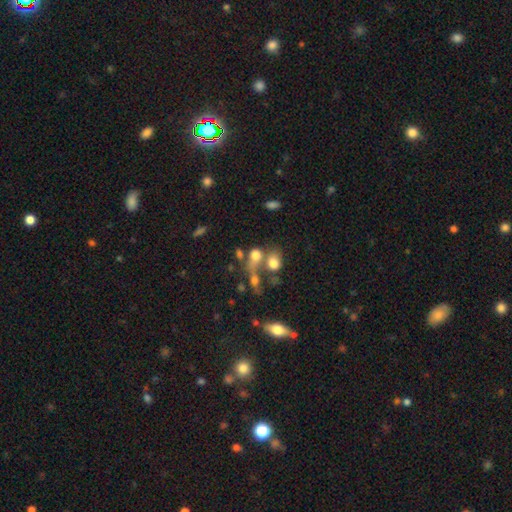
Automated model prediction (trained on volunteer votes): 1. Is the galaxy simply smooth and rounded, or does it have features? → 69% smooth, 15% star or artifact, 15% featured or disk.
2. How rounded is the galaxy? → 54% round, 43% in between, 3% cigar-shaped.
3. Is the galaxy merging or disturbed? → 49% merger, 29% none, 12% major disturbance, 10% minor disturbance.